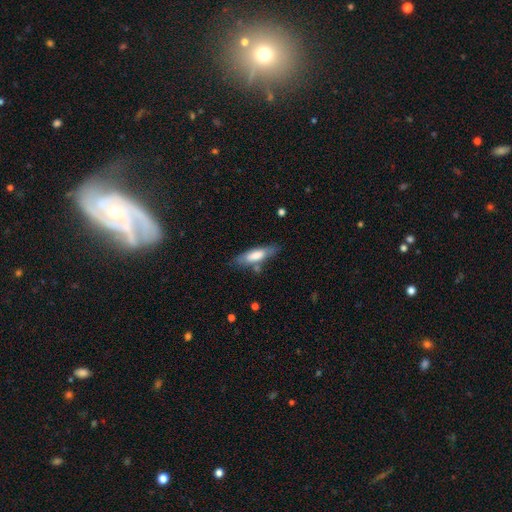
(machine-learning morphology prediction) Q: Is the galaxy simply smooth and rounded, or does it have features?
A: smooth — 70%.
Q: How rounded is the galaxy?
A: cigar-shaped — 52%.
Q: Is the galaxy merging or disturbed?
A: none — 71%.